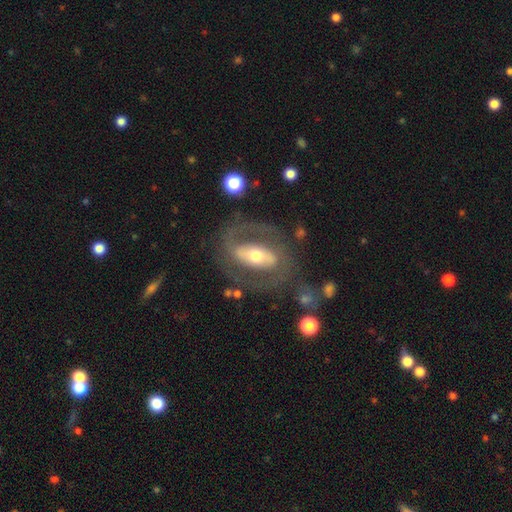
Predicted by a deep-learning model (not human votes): smooth_or_featured: featured or disk (p=0.77) [alt: smooth p=0.18]
disk_edge_on: no (p=0.94) [alt: yes p=0.06]
bar: strong (p=0.49) [alt: weak p=0.26]
has_spiral_arms: yes (p=0.67) [alt: no p=0.33]
bulge_size: moderate (p=0.64) [alt: small p=0.24]
merging: none (p=0.70) [alt: major disturbance p=0.14]